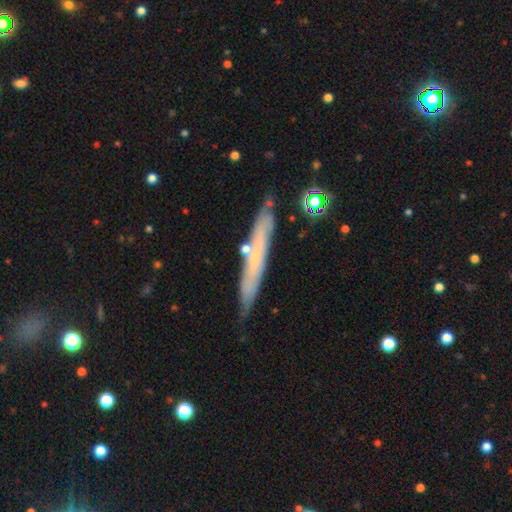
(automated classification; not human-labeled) Overall: featured or disk (49%; smooth 43%). Merging: none (79%).